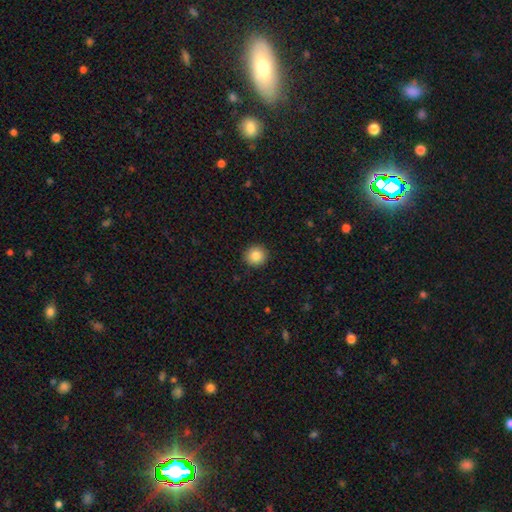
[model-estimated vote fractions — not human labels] Smooth or featured?
  - smooth: 85% *
  - star or artifact: 9%
  - featured or disk: 5%
How rounded?
  - round: 93% *
  - in between: 6%
  - cigar-shaped: 1%
Merging?
  - none: 92% *
  - minor disturbance: 5%
  - major disturbance: 2%
  - merger: 1%